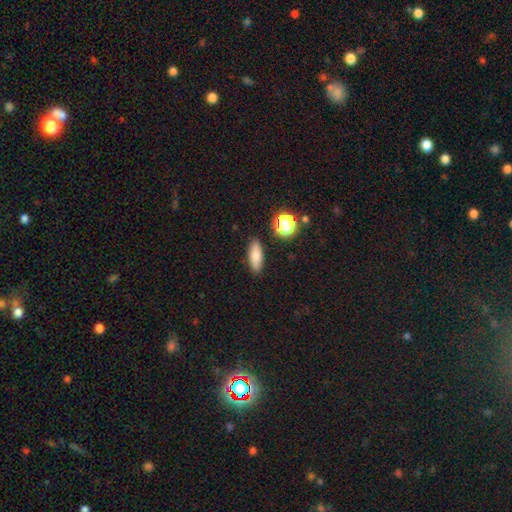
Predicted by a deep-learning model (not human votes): Overall: smooth (78%). How rounded: in between (64%; cigar-shaped 31%). Merging: none (87%).